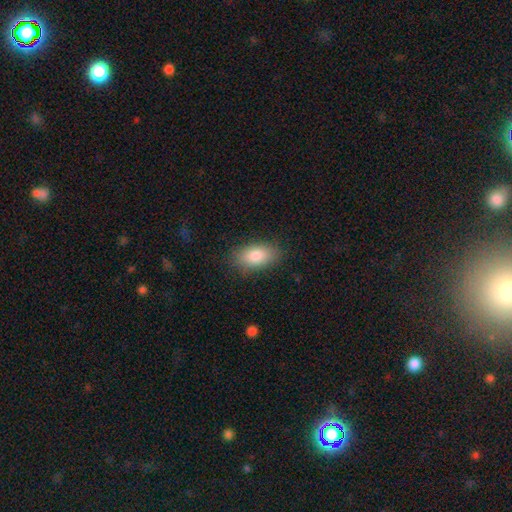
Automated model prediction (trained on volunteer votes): This is clearly a smooth galaxy (84%). How rounded: clearly in between (91%). Merging: clearly none (85%).